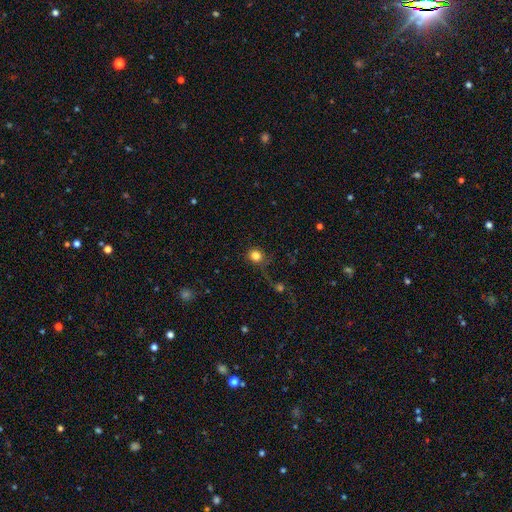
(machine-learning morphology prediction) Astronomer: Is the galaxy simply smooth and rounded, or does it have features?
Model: smooth — 82%.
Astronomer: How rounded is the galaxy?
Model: round — 87%.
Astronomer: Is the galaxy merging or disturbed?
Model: none — 68%.